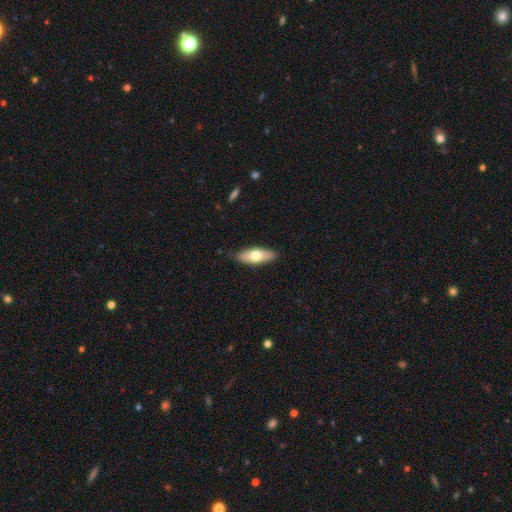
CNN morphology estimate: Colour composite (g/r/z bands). It shows a smooth galaxy with no disk features (65%) that is in between round and cigar-shaped (75%). Merging: none (85%).